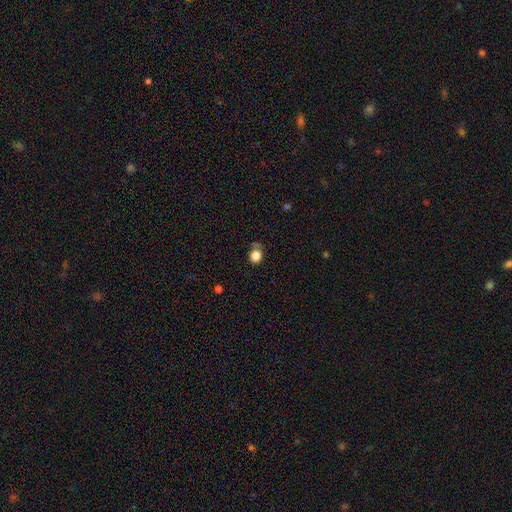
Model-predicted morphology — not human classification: This appears to be a smooth galaxy with no disk features (82%) that is round (73%). Merging: none (66%).